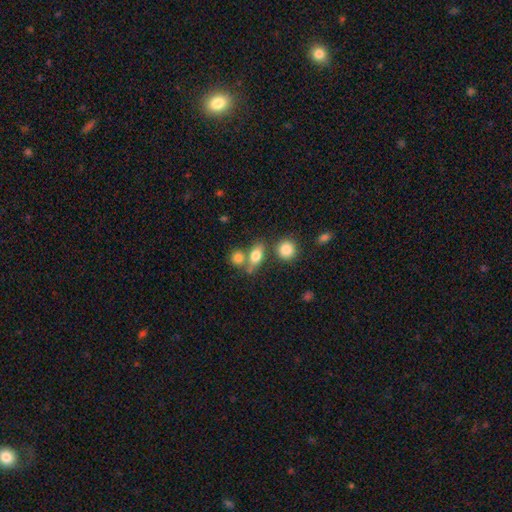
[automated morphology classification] smooth_or_featured: smooth (p=0.76) [alt: featured or disk p=0.14]
how_rounded: in between (p=0.67) [alt: round p=0.24]
merging: none (p=0.55) [alt: merger p=0.28]